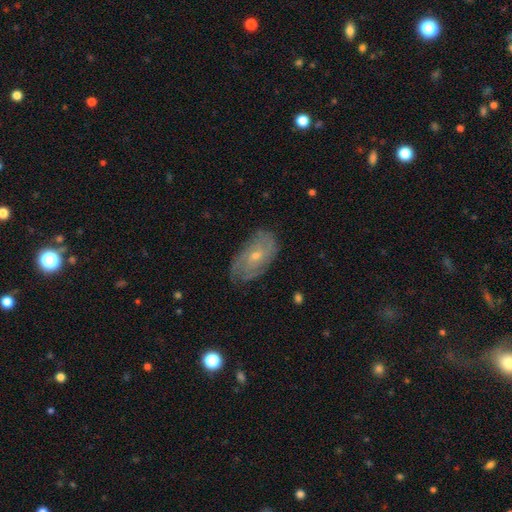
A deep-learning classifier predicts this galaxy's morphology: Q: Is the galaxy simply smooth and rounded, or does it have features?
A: featured or disk — 64%.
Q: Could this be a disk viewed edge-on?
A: no — 93%.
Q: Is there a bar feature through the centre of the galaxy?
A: no — 74%.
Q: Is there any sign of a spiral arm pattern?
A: yes — 82%.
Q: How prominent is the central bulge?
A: small — 61%.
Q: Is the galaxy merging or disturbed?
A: none — 73%.